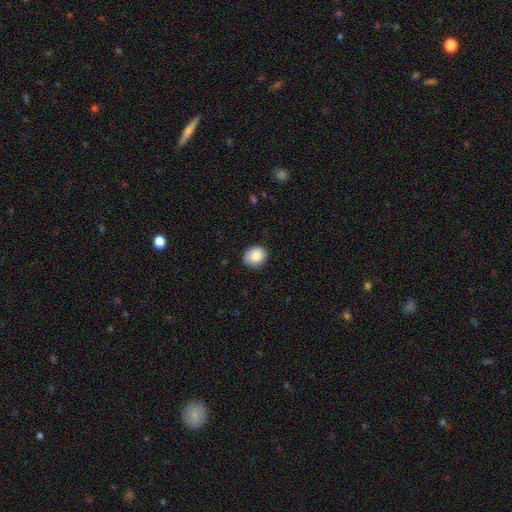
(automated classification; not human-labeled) This is clearly a smooth galaxy (86%). How rounded: possibly round (59%). Merging: clearly none (80%).